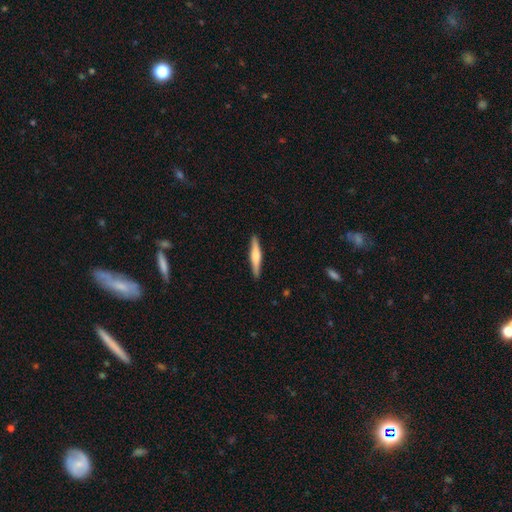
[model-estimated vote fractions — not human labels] This appears to be a featured or disk galaxy (51%) viewed edge-on (97%). Merging: none (91%).